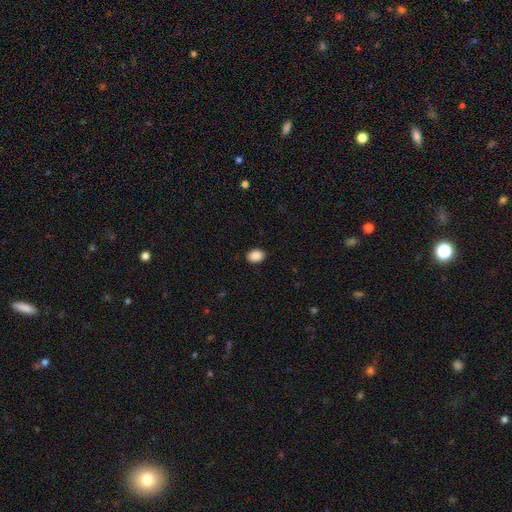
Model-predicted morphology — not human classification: This is clearly a smooth galaxy (90%). How rounded: likely in between (73%). Merging: clearly none (89%).